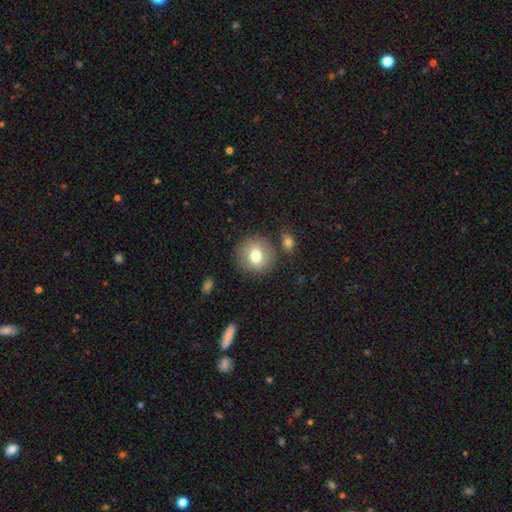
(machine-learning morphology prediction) Overall: smooth (74%). How rounded: round (85%). Merging: none (80%).